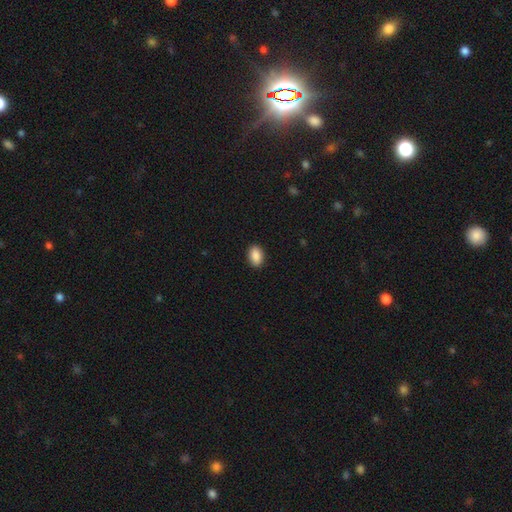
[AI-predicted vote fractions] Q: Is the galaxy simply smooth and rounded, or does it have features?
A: smooth — 90%.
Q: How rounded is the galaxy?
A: in between — 89%.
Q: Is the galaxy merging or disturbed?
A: none — 90%.